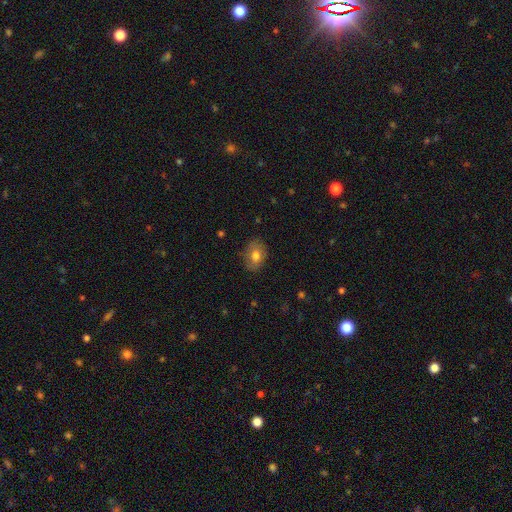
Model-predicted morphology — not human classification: type=smooth (75%); roundness=in between (70%); merging=none (81%).